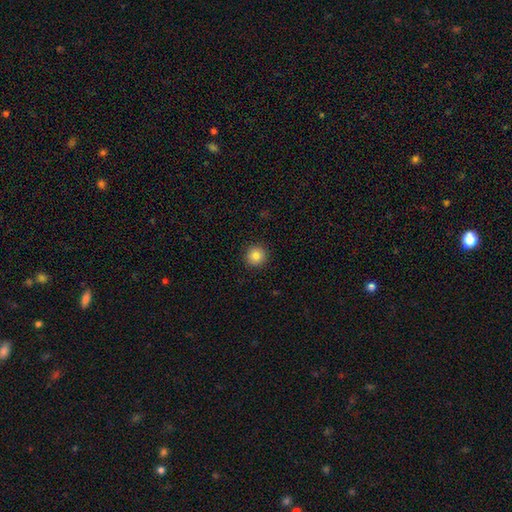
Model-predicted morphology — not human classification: The model was most divided on "smooth or featured": smooth: 85%, star or artifact: 10%, featured or disk: 5%. More confident: how rounded — round (95%); merging — none (93%).